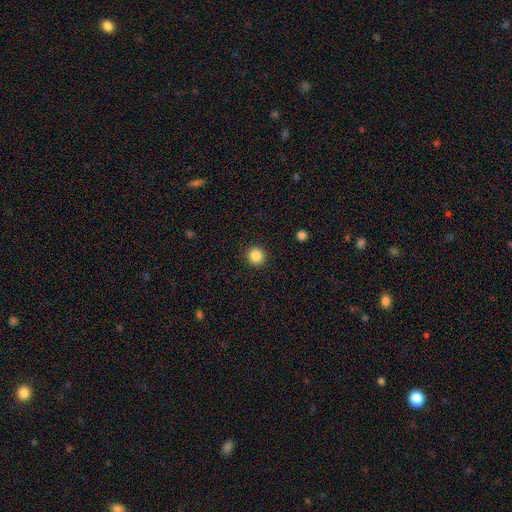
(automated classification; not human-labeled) This appears to be a smooth galaxy with no disk features (86%) that is round (93%). Merging: none (92%).